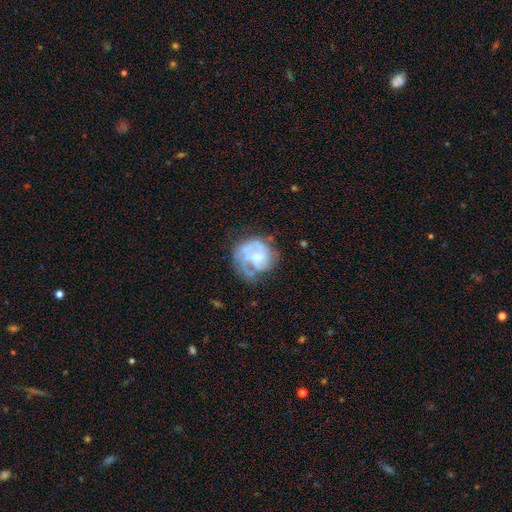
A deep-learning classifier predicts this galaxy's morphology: smooth-or-featured: featured or disk: 68% | smooth: 25% | star or artifact: 7%
  disk-edge-on: no: 98% | yes: 2%
    bar: no: 62% | weak: 31% | strong: 7%
    has-spiral-arms: yes: 72% | no: 28%
    bulge-size: none: 43% | small: 25% | moderate: 23% | large: 7% | dominant: 2%
  merging: none: 44% | major disturbance: 29% | minor disturbance: 23% | merger: 4%